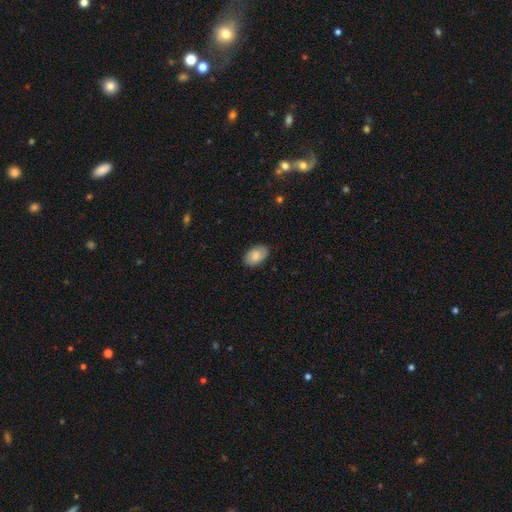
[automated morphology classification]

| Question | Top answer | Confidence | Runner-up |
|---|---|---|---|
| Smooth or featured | smooth | 82% | featured or disk (12%) |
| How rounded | in between | 92% | round (7%) |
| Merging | none | 85% | minor disturbance (11%) |